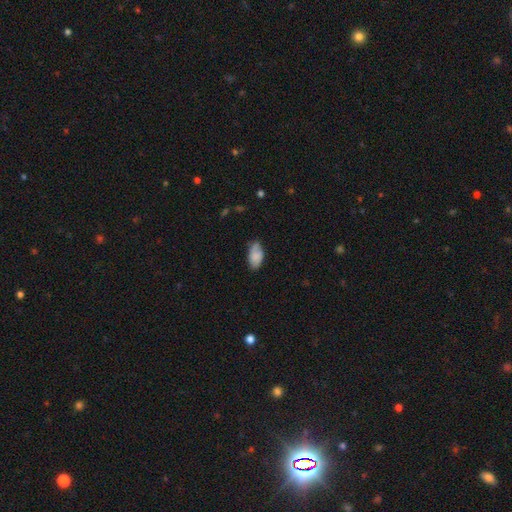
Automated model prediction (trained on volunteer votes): smooth-or-featured: smooth: 79% | featured or disk: 14% | star or artifact: 7%
  how-rounded: in between: 94% | cigar-shaped: 3% | round: 3%
  merging: none: 69% | minor disturbance: 25% | major disturbance: 5% | merger: 2%